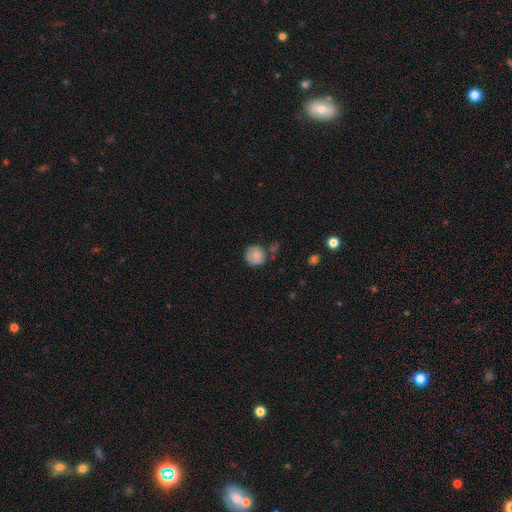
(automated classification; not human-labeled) The model was most divided on "merging": none: 56%, minor disturbance: 26%, merger: 10%, major disturbance: 8%. More confident: how rounded — round (84%); smooth or featured — smooth (68%).